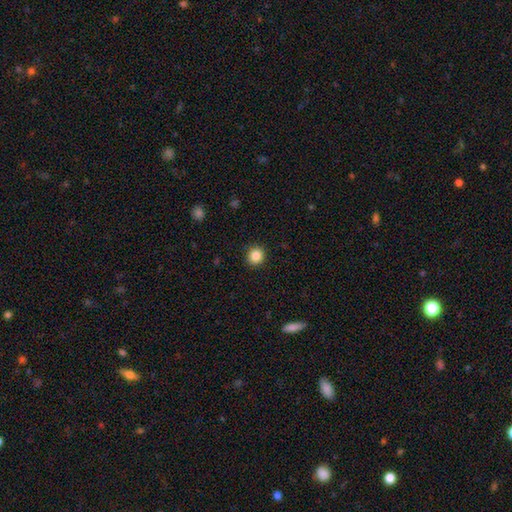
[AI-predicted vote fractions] smooth 85%, star or artifact 11%, featured or disk 4%. Down the decision tree: how rounded — round (90%); merging — none (91%).